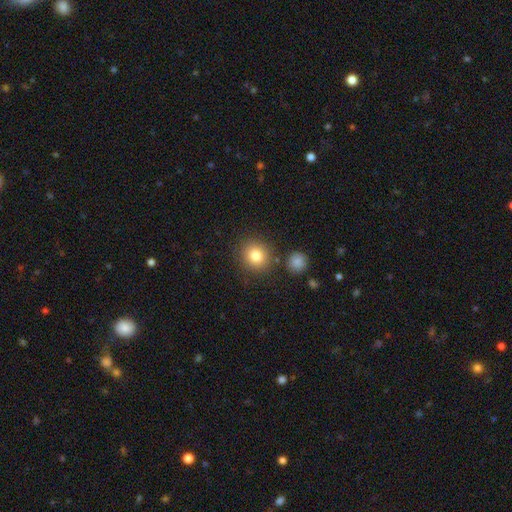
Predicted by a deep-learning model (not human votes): Overall: smooth (81%). How rounded: round (88%). Merging: none (84%).